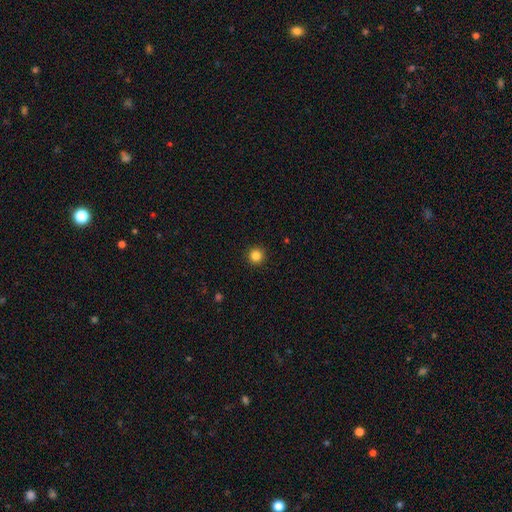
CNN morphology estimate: A smooth galaxy with no disk features (84%) that is round (96%).

Vote fractions:
- Smooth or featured? smooth: 84% / star or artifact: 12% / featured or disk: 4%
- How rounded? round: 96% / in between: 3% / cigar-shaped: 1%
- Merging? none: 93% / minor disturbance: 4% / major disturbance: 2% / merger: 1%